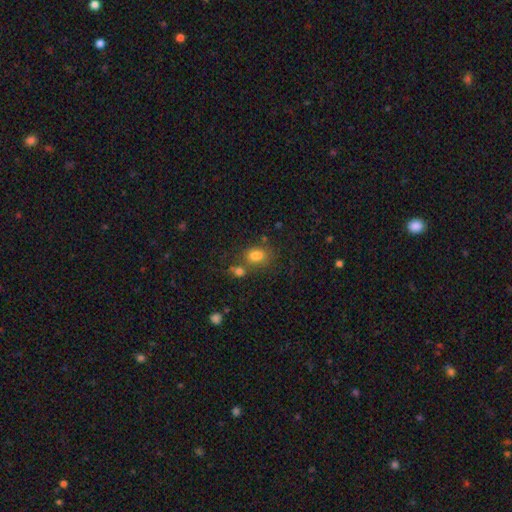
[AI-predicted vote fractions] Smooth or featured? smooth (79%)
How rounded? in between (65%)
Merging? none (52%)